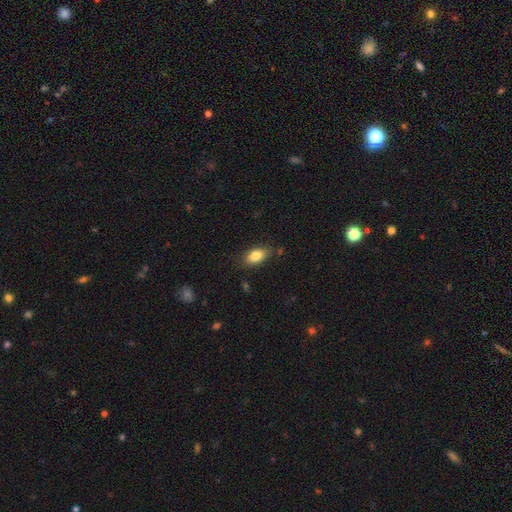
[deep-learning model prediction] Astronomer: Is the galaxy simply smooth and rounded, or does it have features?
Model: smooth — 84%.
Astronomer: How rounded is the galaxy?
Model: in between — 89%.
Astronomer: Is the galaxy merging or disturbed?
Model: none — 81%.